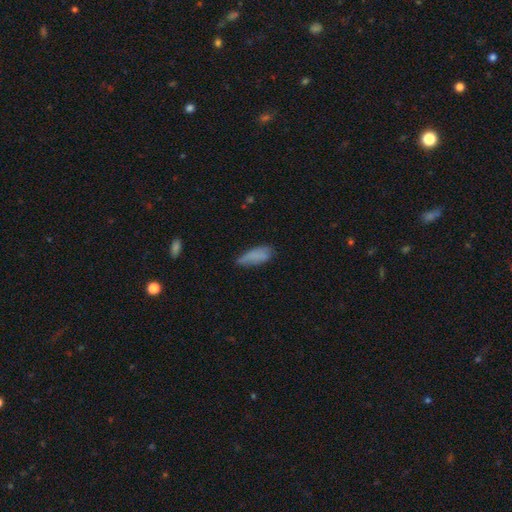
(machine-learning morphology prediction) A smooth galaxy with no disk features (79%) that is in between round and cigar-shaped (66%).

Vote fractions:
- Smooth or featured? smooth: 79% / featured or disk: 13% / star or artifact: 8%
- How rounded? in between: 66% / cigar-shaped: 32% / round: 2%
- Merging? none: 48% / minor disturbance: 38% / major disturbance: 12% / merger: 3%